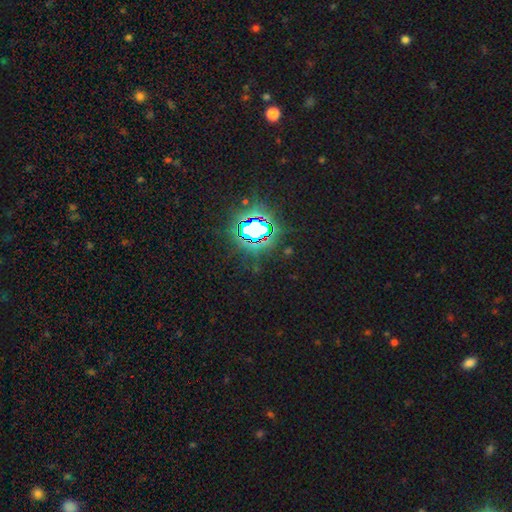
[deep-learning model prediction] A star or artifact, not a galaxy (81%).